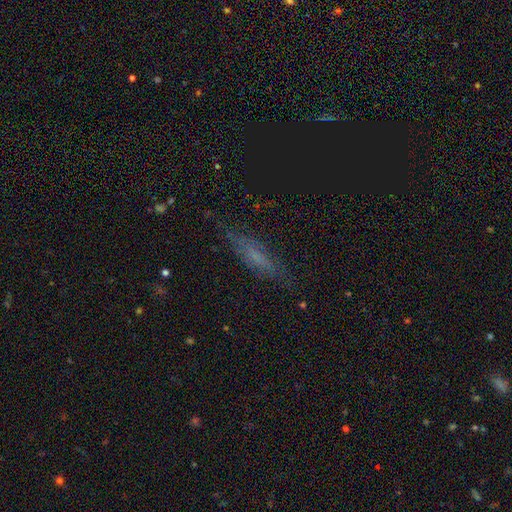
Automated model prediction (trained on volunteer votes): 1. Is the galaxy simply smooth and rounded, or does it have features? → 44% smooth, 35% featured or disk, 21% star or artifact.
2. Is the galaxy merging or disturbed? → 75% none, 17% minor disturbance, 7% major disturbance, 2% merger.